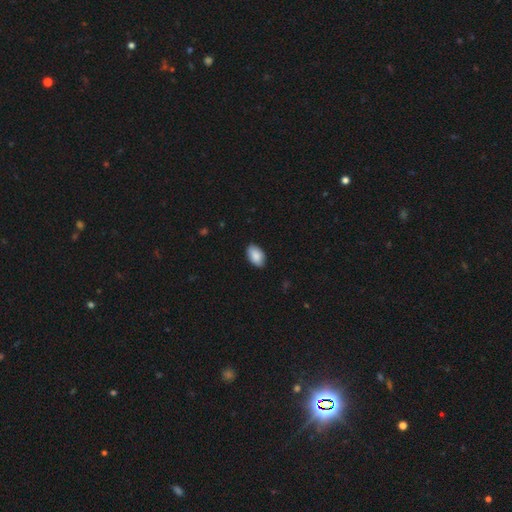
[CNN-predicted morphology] smooth 88%, star or artifact 6%, featured or disk 6%. Down the decision tree: how rounded — in between (93%); merging — none (86%).